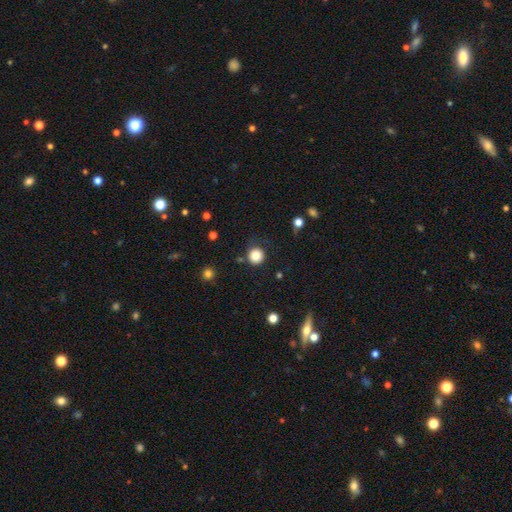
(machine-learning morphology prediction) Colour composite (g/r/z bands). It shows a smooth galaxy with no disk features (85%) that is round (94%). Merging: none (81%).